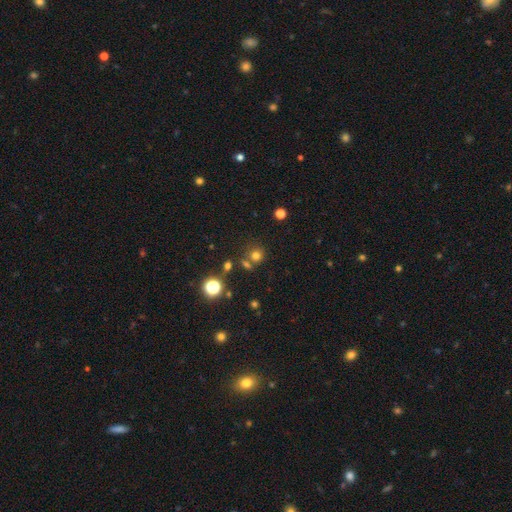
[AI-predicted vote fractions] The model was most divided on "merging": none: 65%, merger: 22%, minor disturbance: 9%, major disturbance: 4%. More confident: how rounded — round (87%); smooth or featured — smooth (69%).